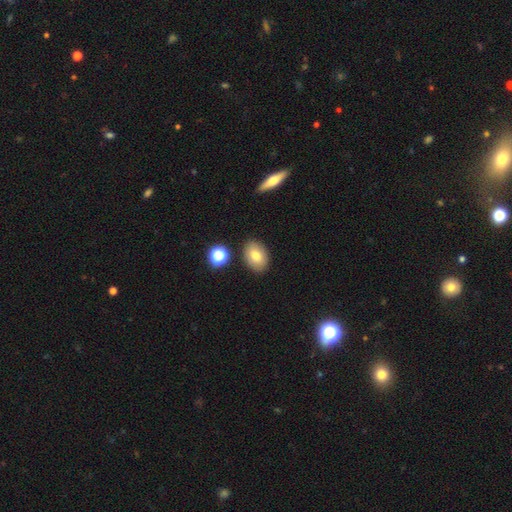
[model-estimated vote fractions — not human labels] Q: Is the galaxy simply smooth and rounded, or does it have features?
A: smooth — 77%.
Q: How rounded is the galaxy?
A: in between — 80%.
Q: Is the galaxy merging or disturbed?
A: none — 85%.